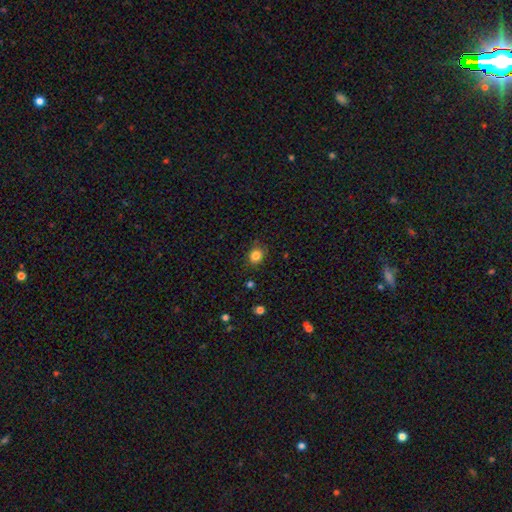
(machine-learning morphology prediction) Q: Smooth or featured?
A: smooth (84%); runner-up: star or artifact (12%)
Q: How rounded?
A: round (67%); runner-up: in between (32%)
Q: Merging?
A: none (82%); runner-up: minor disturbance (13%)